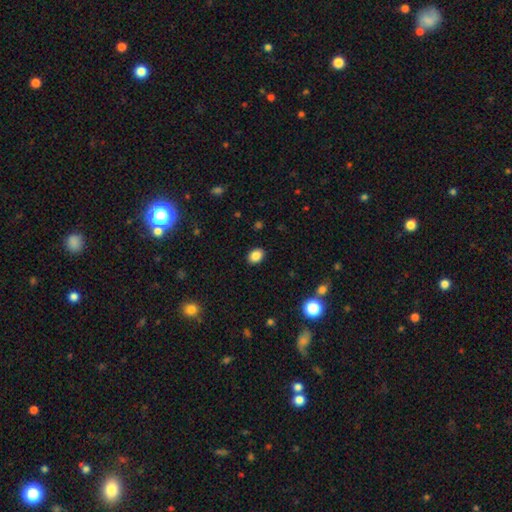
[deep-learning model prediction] smooth_or_featured: smooth (p=0.86) [alt: star or artifact p=0.10]
how_rounded: in between (p=0.68) [alt: round p=0.31]
merging: none (p=0.89) [alt: minor disturbance p=0.08]